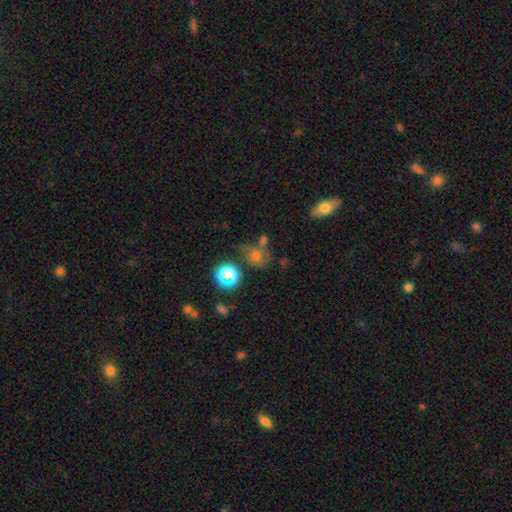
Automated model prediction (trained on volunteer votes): smooth_or_featured: smooth (p=0.61) [alt: star or artifact p=0.23]
how_rounded: round (p=0.66) [alt: in between p=0.33]
merging: none (p=0.46) [alt: merger p=0.26]